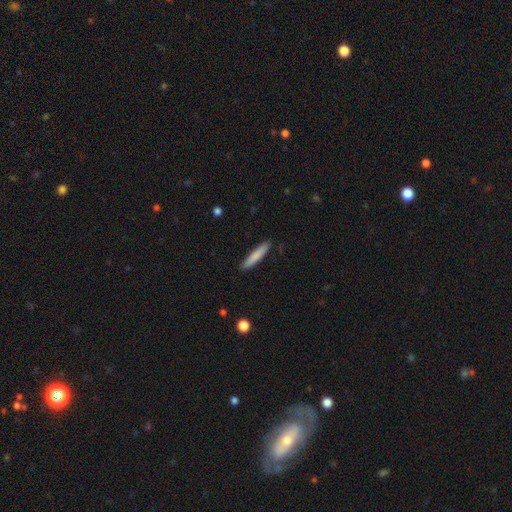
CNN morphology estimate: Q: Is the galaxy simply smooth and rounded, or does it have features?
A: smooth — 81%.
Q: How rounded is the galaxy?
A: cigar-shaped — 91%.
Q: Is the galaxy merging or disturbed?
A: none — 90%.